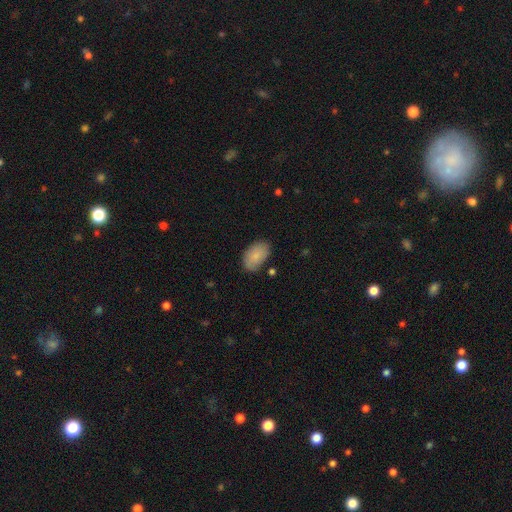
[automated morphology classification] A smooth galaxy with no disk features (84%) that is in between round and cigar-shaped (92%). Merging: none (75%).